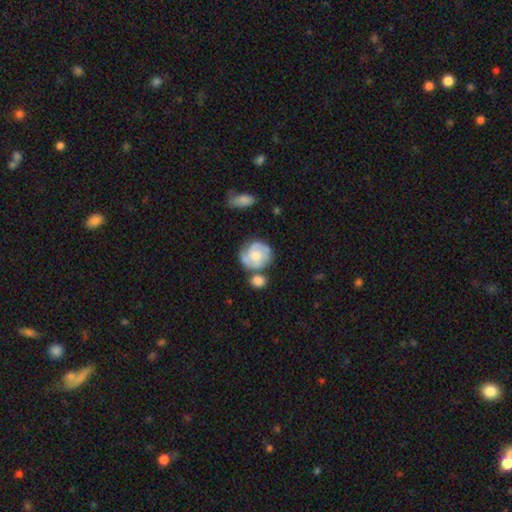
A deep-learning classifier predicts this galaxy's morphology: A featured or disk galaxy (62%) with no bar (73%), 2 (37%) tight (52%) spiral arms (86%) and a moderate central bulge (58%). Merging: none (53%).